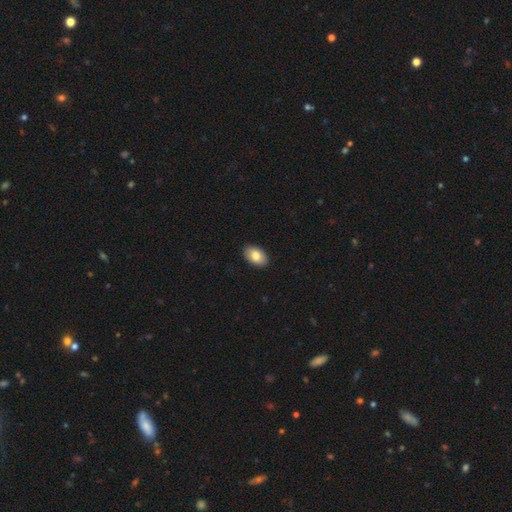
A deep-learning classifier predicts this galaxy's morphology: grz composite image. It shows a smooth galaxy with no disk features (83%) that is in between round and cigar-shaped (92%). Merging: none (91%).